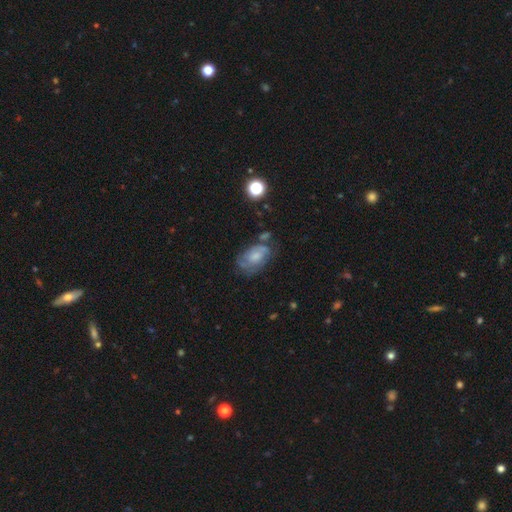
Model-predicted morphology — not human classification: smooth-or-featured: featured or disk: 52% | smooth: 39% | star or artifact: 10%
  disk-edge-on: no: 95% | yes: 5%
  merging: none: 49% | minor disturbance: 29% | major disturbance: 15% | merger: 7%